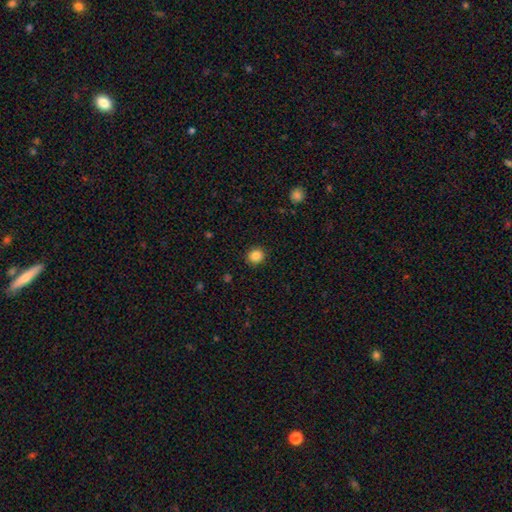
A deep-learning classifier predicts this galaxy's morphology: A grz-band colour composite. It shows a smooth galaxy with no disk features (85%) that is round (87%). Merging: none (91%).